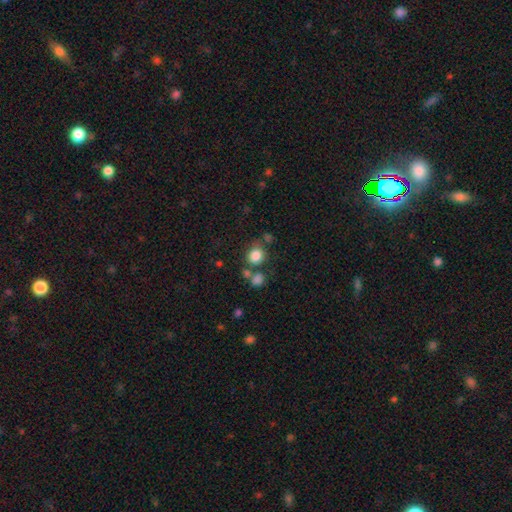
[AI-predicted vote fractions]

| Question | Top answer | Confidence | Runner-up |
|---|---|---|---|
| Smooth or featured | smooth | 82% | star or artifact (12%) |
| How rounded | round | 76% | in between (23%) |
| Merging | none | 62% | merger (19%) |